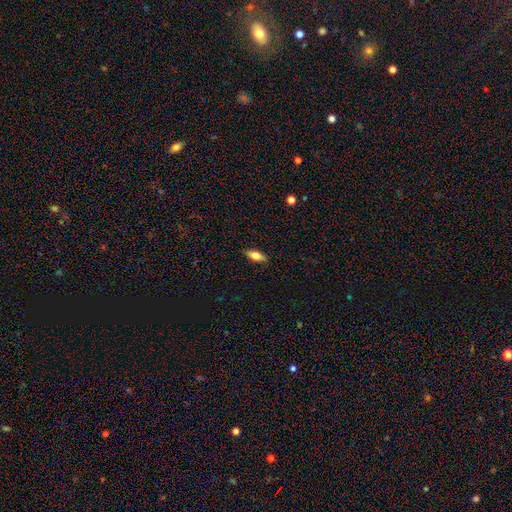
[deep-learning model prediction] Smooth or featured? Predicted: smooth (p=0.65). How rounded? Predicted: in between (p=0.72). Merging? Predicted: none (p=0.85).